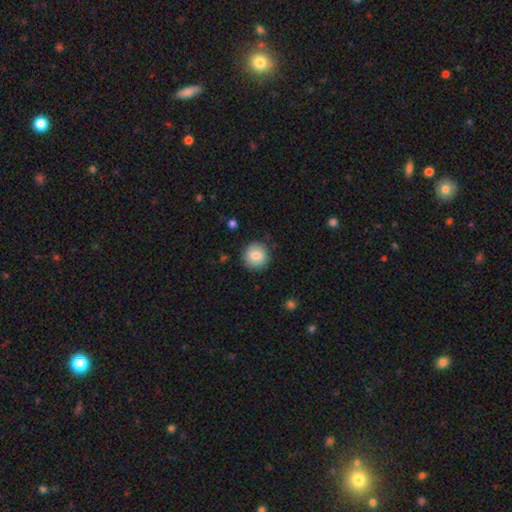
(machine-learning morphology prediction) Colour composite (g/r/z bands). It shows a smooth galaxy with no disk features (84%) that is round (95%). Merging: none (89%).